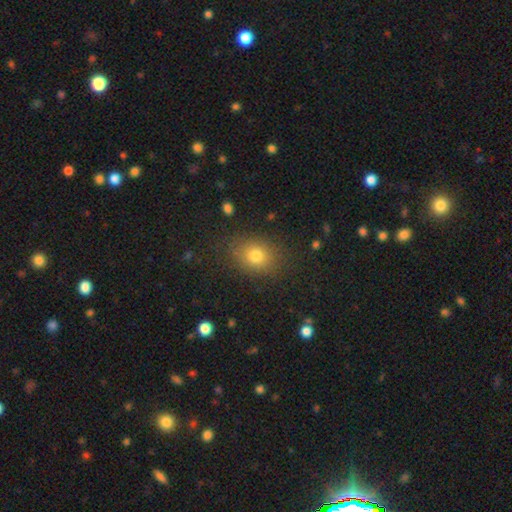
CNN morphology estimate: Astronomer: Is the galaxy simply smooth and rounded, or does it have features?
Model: smooth — 77%.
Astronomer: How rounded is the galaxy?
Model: in between — 56% (runner-up: round, 43%).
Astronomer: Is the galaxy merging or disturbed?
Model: none — 83%.